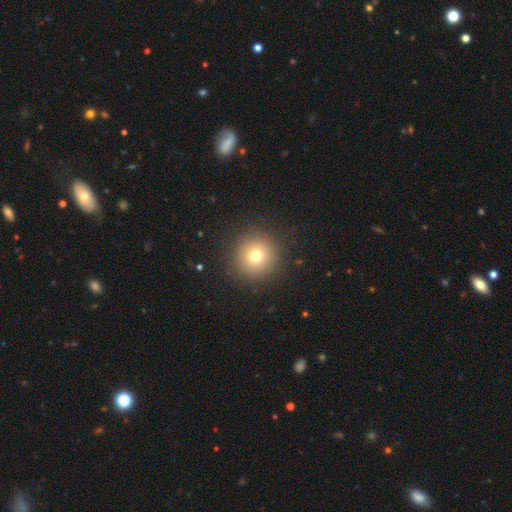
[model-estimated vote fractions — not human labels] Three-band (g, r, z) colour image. It shows a smooth galaxy with no disk features (75%) that is round (95%). Merging: none (90%).